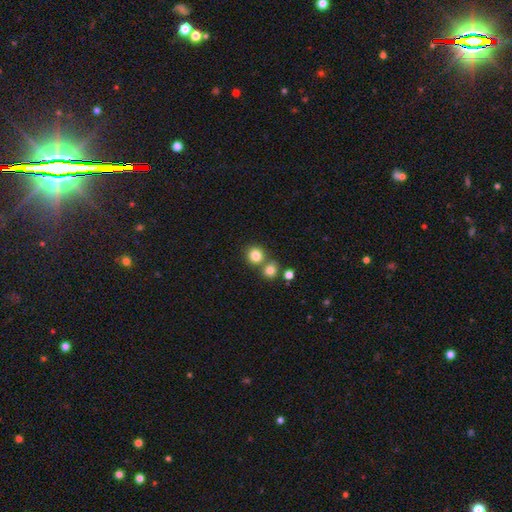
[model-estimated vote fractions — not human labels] A smooth galaxy with no disk features (81%) that is round (90%).

Vote fractions:
- Smooth or featured? smooth: 81% / star or artifact: 12% / featured or disk: 7%
- How rounded? round: 90% / in between: 9% / cigar-shaped: 1%
- Merging? none: 66% / merger: 24% / minor disturbance: 7% / major disturbance: 3%